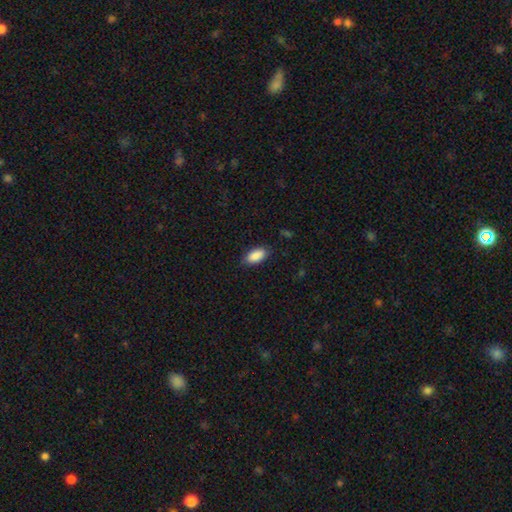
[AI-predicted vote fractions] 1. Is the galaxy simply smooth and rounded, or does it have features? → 89% smooth, 6% star or artifact, 5% featured or disk.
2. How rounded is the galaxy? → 92% in between, 6% cigar-shaped, 2% round.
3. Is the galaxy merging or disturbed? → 83% none, 13% minor disturbance, 3% major disturbance, 1% merger.